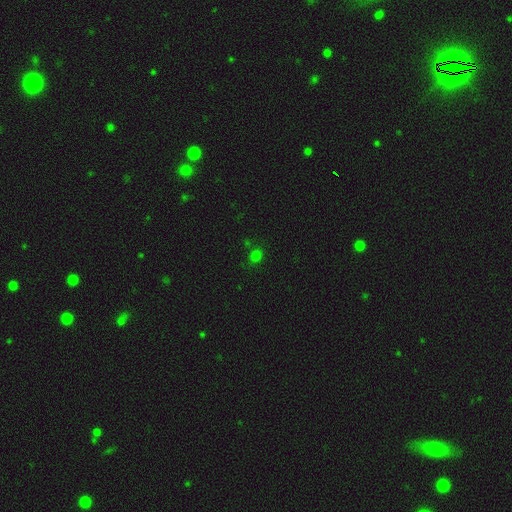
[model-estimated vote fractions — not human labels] A smooth galaxy with no disk features (71%) that is round (74%).

Vote fractions:
- Smooth or featured? smooth: 71% / star or artifact: 25% / featured or disk: 4%
- How rounded? round: 74% / in between: 25% / cigar-shaped: 1%
- Merging? none: 82% / minor disturbance: 10% / merger: 5% / major disturbance: 3%